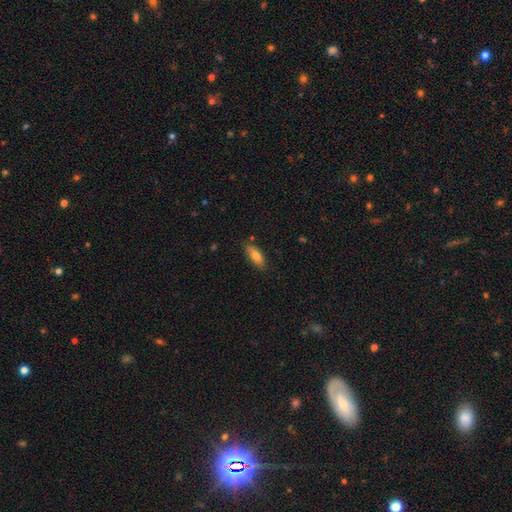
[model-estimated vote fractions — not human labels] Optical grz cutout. It shows a smooth galaxy with no disk features (76%) that is in between round and cigar-shaped (76%). Merging: none (81%).